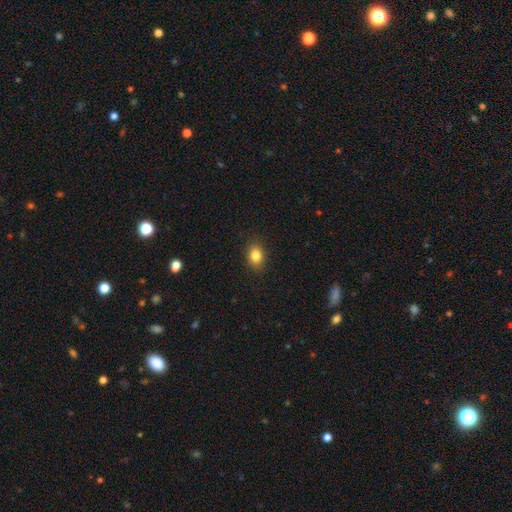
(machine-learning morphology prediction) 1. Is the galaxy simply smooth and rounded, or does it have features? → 83% smooth, 10% star or artifact, 6% featured or disk.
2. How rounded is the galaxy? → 65% in between, 34% round, 1% cigar-shaped.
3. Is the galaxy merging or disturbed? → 88% none, 9% minor disturbance, 2% major disturbance, 1% merger.